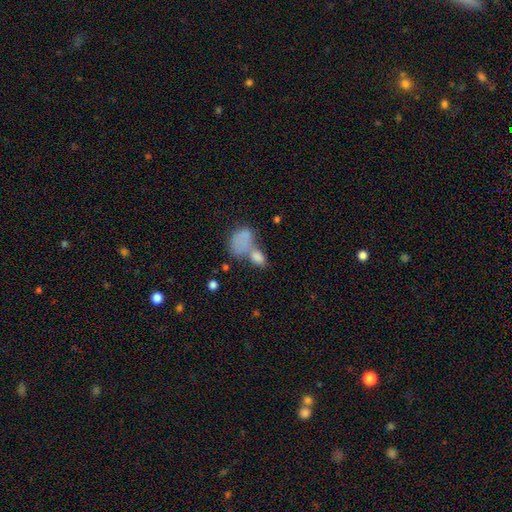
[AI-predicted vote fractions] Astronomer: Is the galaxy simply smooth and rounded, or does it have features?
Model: smooth — 72%.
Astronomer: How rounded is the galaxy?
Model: in between — 77%.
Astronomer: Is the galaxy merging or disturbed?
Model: merger — 53%.